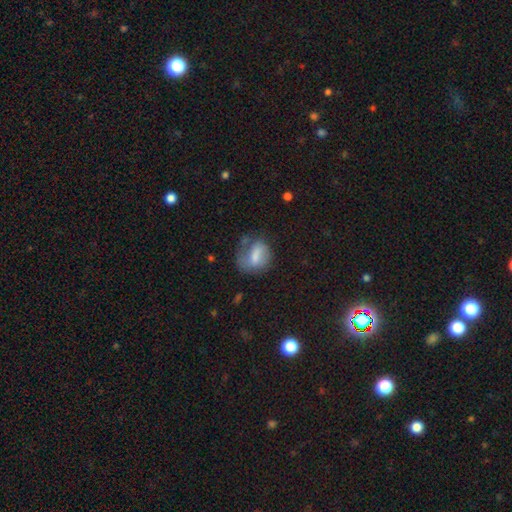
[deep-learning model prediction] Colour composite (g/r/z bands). It shows a smooth galaxy with no disk features (61%) that is in between round and cigar-shaped (51%). Merging: none (40%).